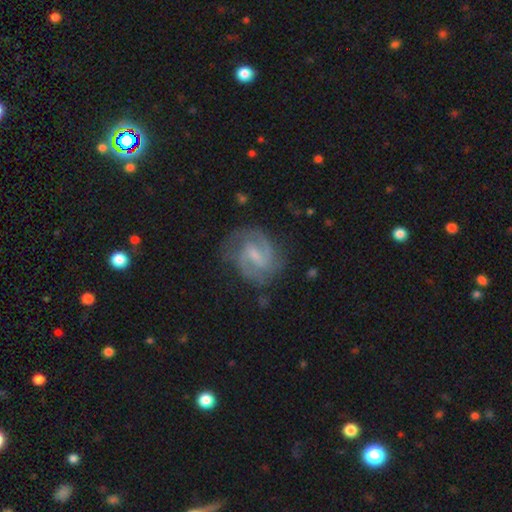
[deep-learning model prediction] smooth-or-featured: featured or disk: 86% | smooth: 9% | star or artifact: 5%
  disk-edge-on: no: 98% | yes: 2%
    bar: weak: 59% | strong: 25% | no: 15%
    has-spiral-arms: yes: 96% | no: 4%
      spiral-winding: medium: 53% | tight: 31% | loose: 15%
      spiral-arm-count: 2: 81% | can't tell: 7% | 3: 7% | 1: 2% | 4: 2% | more than 4: 2%
    bulge-size: small: 53% | moderate: 25% | none: 19% | large: 2% | dominant: 1%
  merging: none: 72% | minor disturbance: 18% | major disturbance: 8% | merger: 2%